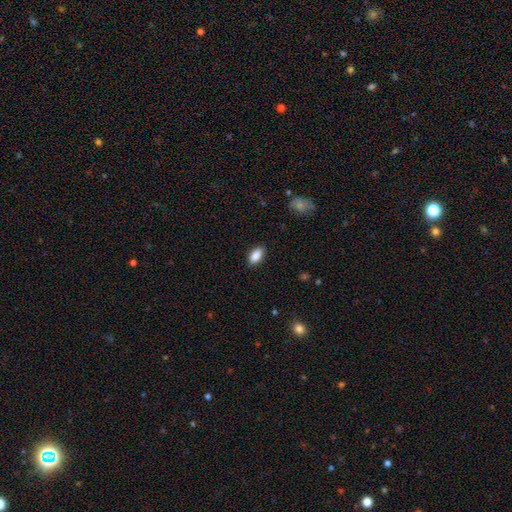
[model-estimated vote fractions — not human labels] Smooth or featured: smooth — 89% (star or artifact — 7%)
How rounded: in between — 92% (cigar-shaped — 5%)
Merging: none — 87% (minor disturbance — 9%)